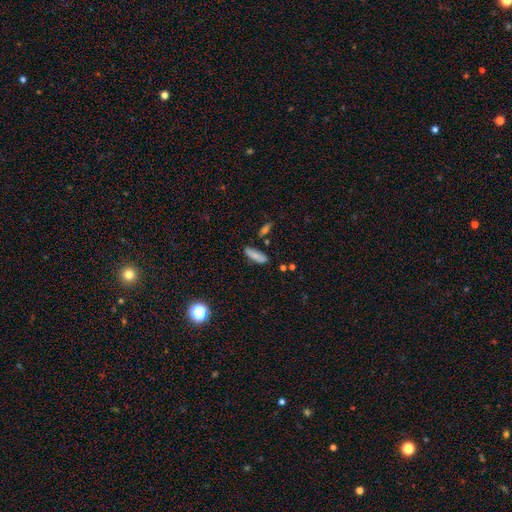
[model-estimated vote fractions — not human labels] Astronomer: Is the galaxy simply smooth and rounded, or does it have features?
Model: smooth — 81%.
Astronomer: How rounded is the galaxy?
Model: in between — 53% (runner-up: cigar-shaped, 45%).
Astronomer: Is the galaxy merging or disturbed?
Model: none — 78%.